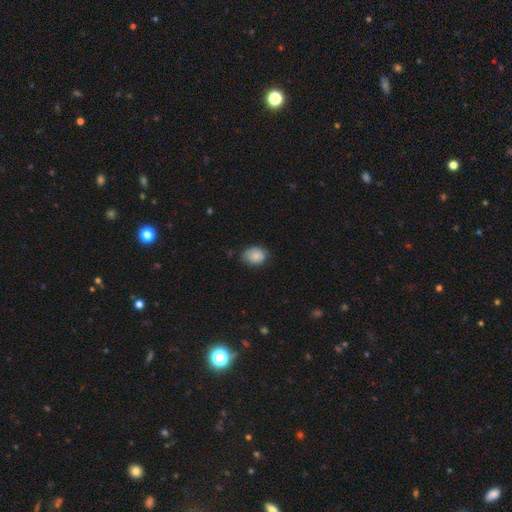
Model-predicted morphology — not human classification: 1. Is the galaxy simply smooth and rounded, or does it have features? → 82% smooth, 11% featured or disk, 8% star or artifact.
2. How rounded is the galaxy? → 56% in between, 43% round, 1% cigar-shaped.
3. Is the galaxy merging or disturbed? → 63% none, 30% minor disturbance, 5% major disturbance, 2% merger.